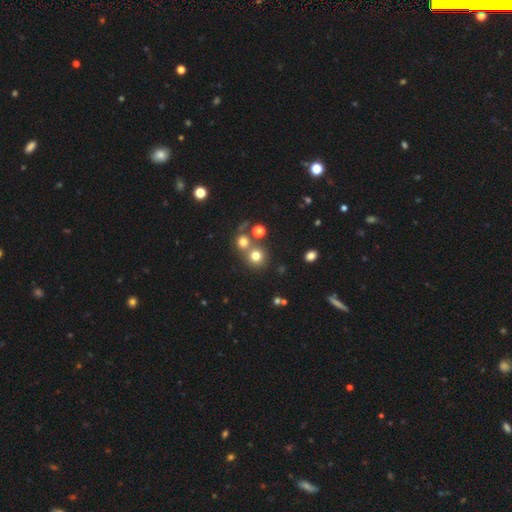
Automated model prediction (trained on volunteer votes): The model was most divided on "merging": none: 59%, merger: 29%, minor disturbance: 8%, major disturbance: 4%. More confident: how rounded — round (88%); smooth or featured — smooth (74%).